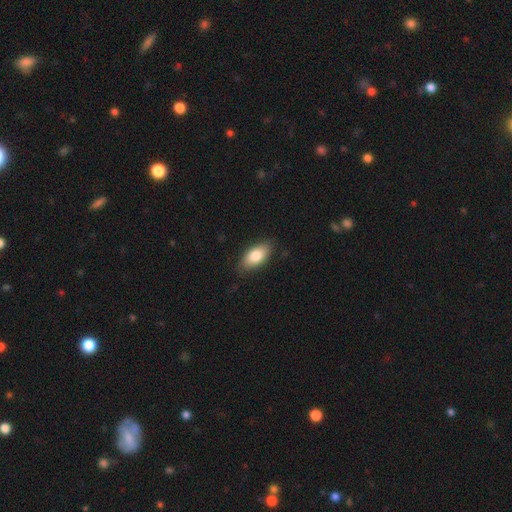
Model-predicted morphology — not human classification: A smooth galaxy with no disk features (80%) that is in between round and cigar-shaped (91%).

Vote fractions:
- Smooth or featured? smooth: 80% / featured or disk: 13% / star or artifact: 6%
- How rounded? in between: 91% / cigar-shaped: 6% / round: 4%
- Merging? none: 83% / minor disturbance: 13% / major disturbance: 2% / merger: 1%